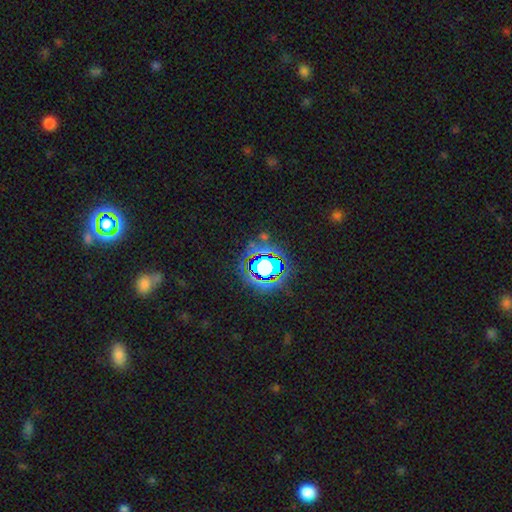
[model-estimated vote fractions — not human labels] Smooth or featured?
  - star or artifact: 67% *
  - smooth: 20%
  - featured or disk: 13%